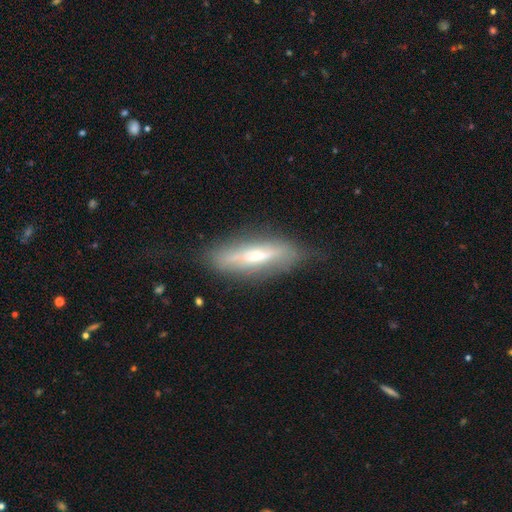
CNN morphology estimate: Smooth or featured? featured or disk (54%)
Edge-on disk? yes (69%)
Merging? none (70%)